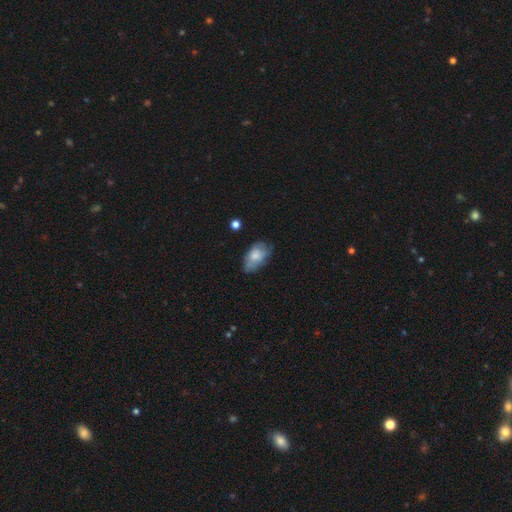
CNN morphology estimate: smooth_or_featured: smooth (p=0.71) [alt: featured or disk p=0.22]
how_rounded: in between (p=0.92) [alt: round p=0.06]
merging: none (p=0.53) [alt: minor disturbance p=0.34]